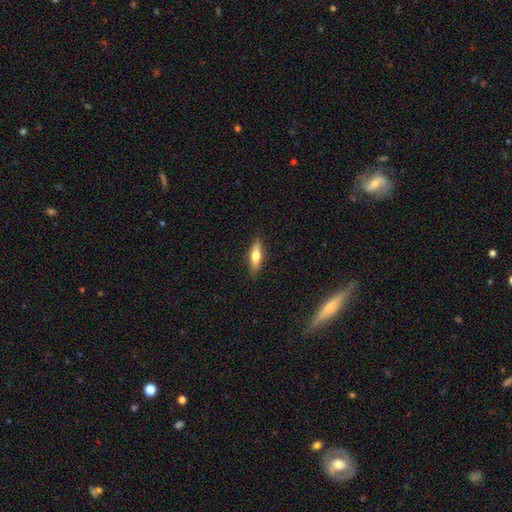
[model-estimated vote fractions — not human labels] A smooth galaxy with no disk features (59%) that is cigar-shaped (52%).

Vote fractions:
- Smooth or featured? smooth: 59% / featured or disk: 35% / star or artifact: 6%
- How rounded? cigar-shaped: 52% / in between: 45% / round: 3%
- Merging? none: 88% / minor disturbance: 9% / major disturbance: 2% / merger: 1%